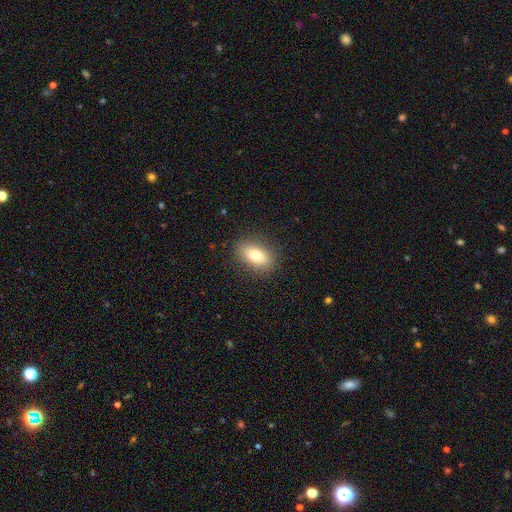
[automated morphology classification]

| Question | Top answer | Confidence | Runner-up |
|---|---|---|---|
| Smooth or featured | smooth | 77% | featured or disk (14%) |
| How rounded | in between | 85% | round (9%) |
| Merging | none | 87% | minor disturbance (9%) |